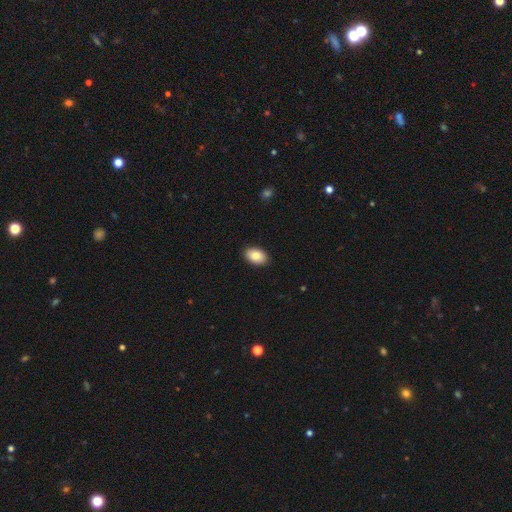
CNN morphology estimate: smooth_or_featured: smooth (p=0.85) [alt: featured or disk p=0.08]
how_rounded: in between (p=0.89) [alt: round p=0.09]
merging: none (p=0.91) [alt: minor disturbance p=0.07]